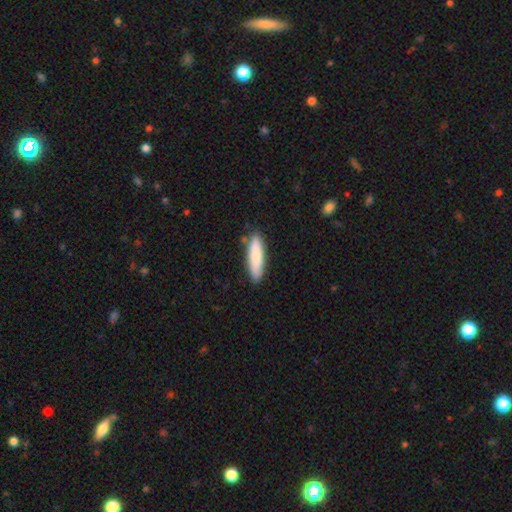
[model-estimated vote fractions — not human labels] Q: Smooth or featured?
A: smooth (84%); runner-up: featured or disk (11%)
Q: How rounded?
A: cigar-shaped (73%); runner-up: in between (25%)
Q: Merging?
A: none (85%); runner-up: minor disturbance (11%)